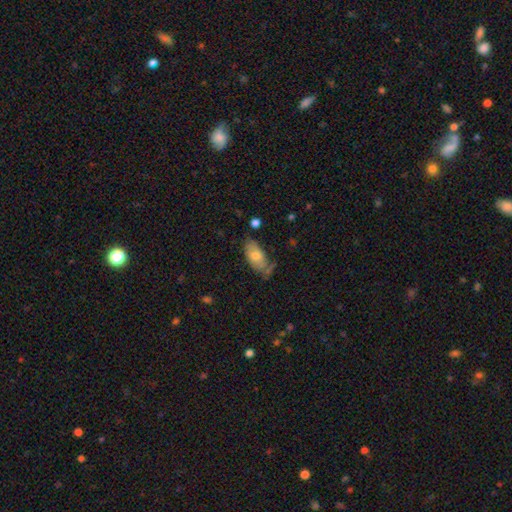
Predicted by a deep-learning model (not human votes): Smooth or featured? smooth (67%)
How rounded? in between (92%)
Merging? none (47%)